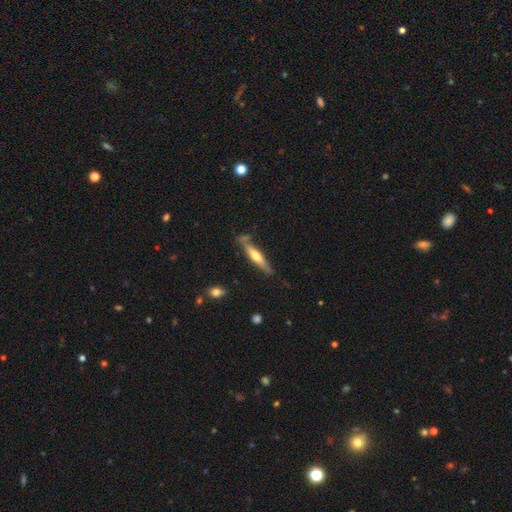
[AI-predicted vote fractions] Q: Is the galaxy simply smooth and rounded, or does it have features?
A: featured or disk — 50%.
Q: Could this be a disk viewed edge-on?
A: yes — 91%.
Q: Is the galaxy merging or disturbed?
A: none — 74%.